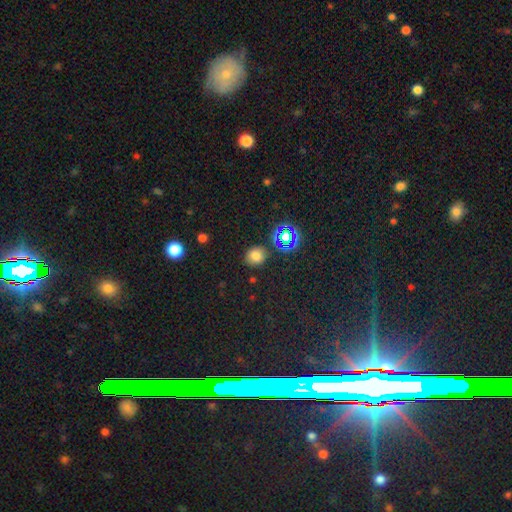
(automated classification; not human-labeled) A smooth galaxy with no disk features (72%) that is round (77%).

Vote fractions:
- Smooth or featured? smooth: 72% / star or artifact: 22% / featured or disk: 6%
- How rounded? round: 77% / in between: 22% / cigar-shaped: 1%
- Merging? none: 83% / minor disturbance: 10% / merger: 3% / major disturbance: 3%